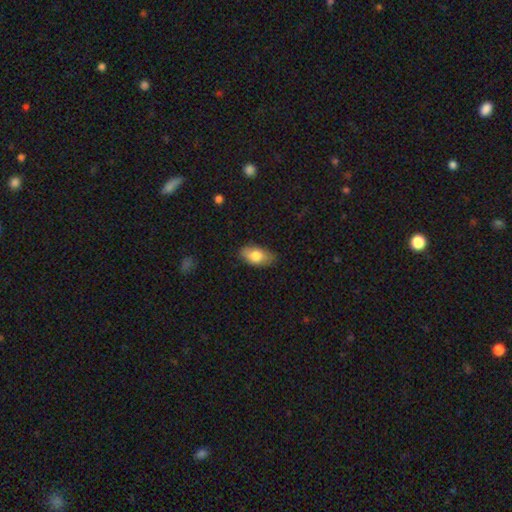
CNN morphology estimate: Smooth or featured? smooth (78%)
How rounded? in between (92%)
Merging? none (79%)